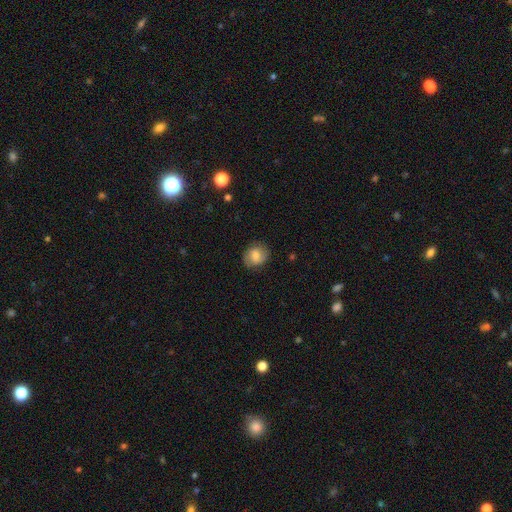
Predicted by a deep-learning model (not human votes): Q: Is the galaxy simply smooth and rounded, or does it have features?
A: smooth — 64%.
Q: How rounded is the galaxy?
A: round — 65%.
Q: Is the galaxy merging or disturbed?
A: none — 82%.